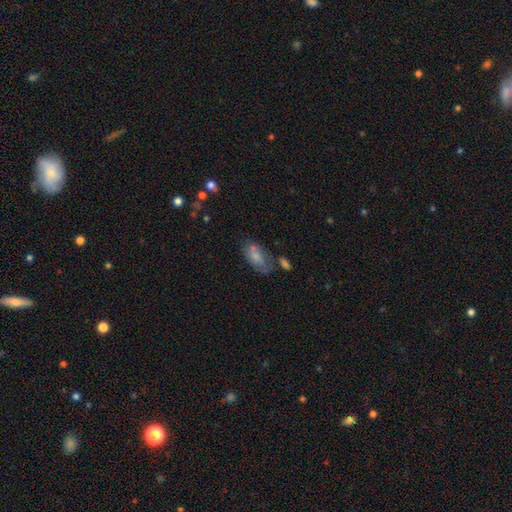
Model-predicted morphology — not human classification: smooth 65%, featured or disk 26%, star or artifact 9%. Down the decision tree: how rounded — in between (88%); merging — none (45%).